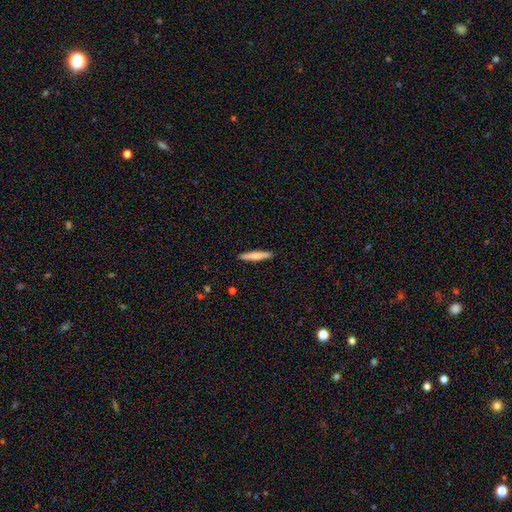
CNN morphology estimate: Smooth or featured: smooth — 74% (featured or disk — 20%)
How rounded: cigar-shaped — 93% (in between — 6%)
Merging: none — 91% (minor disturbance — 7%)